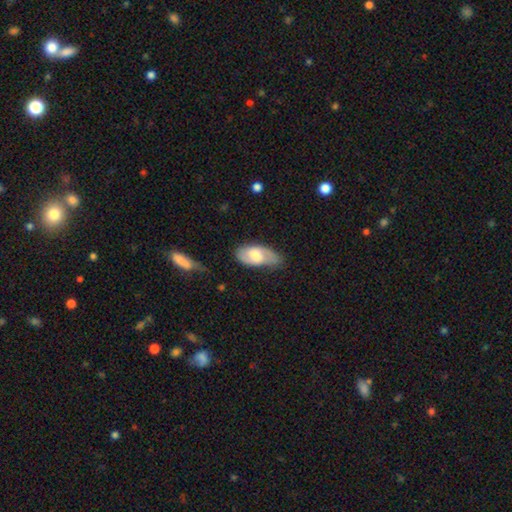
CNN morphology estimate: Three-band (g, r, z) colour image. It shows a smooth galaxy with no disk features (50%). Merging: none (59%).